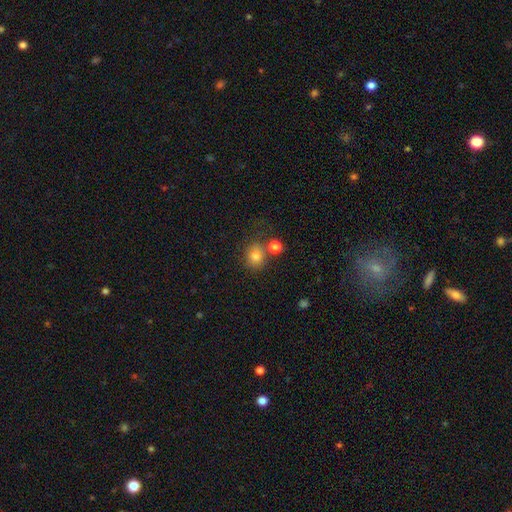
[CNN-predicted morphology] Overall: smooth (80%). How rounded: round (69%; in between 30%). Merging: none (64%).